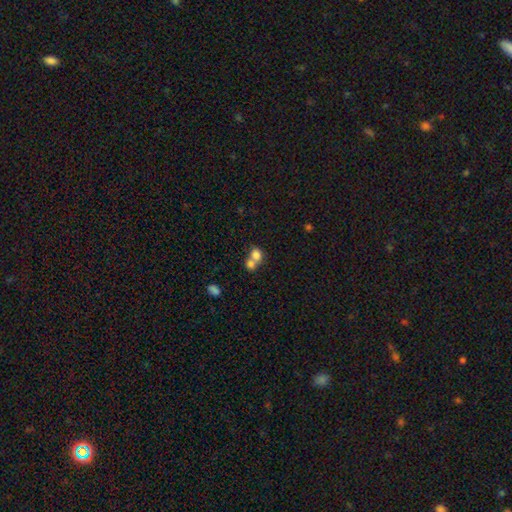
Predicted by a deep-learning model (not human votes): Smooth or featured?
  - smooth: 77% *
  - featured or disk: 13%
  - star or artifact: 10%
How rounded?
  - round: 63% *
  - in between: 36%
  - cigar-shaped: 1%
Merging?
  - merger: 64% *
  - none: 27%
  - minor disturbance: 5%
  - major disturbance: 3%